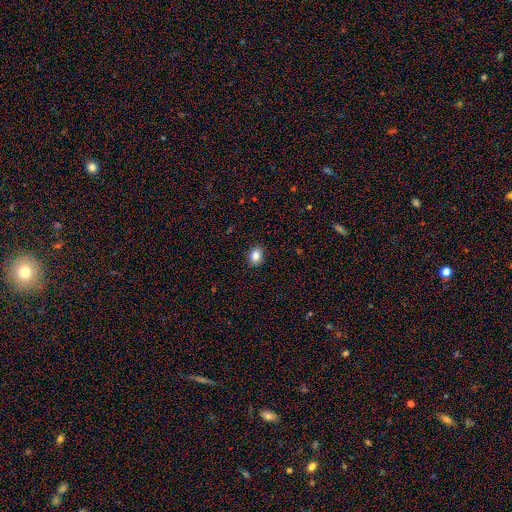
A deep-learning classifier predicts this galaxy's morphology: This is clearly a smooth galaxy (85%). How rounded: possibly in between (55%). Merging: clearly none (88%).